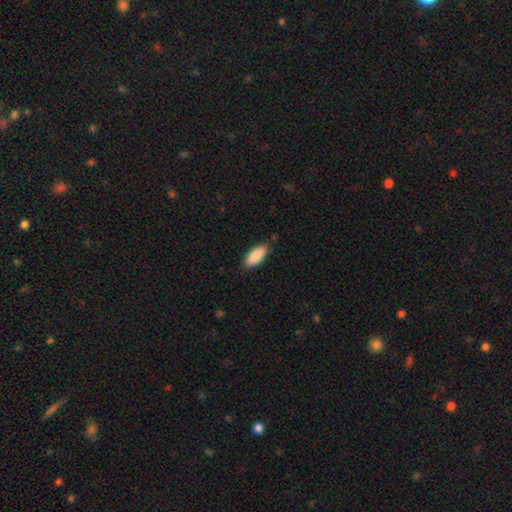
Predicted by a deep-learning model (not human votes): A smooth galaxy with no disk features (89%) that is in between round and cigar-shaped (84%).

Vote fractions:
- Smooth or featured? smooth: 89% / star or artifact: 6% / featured or disk: 5%
- How rounded? in between: 84% / cigar-shaped: 15% / round: 2%
- Merging? none: 84% / minor disturbance: 13% / major disturbance: 2% / merger: 1%